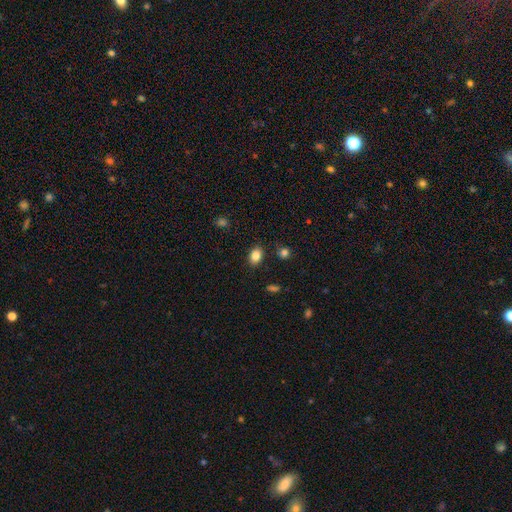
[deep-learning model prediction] Smooth or featured: smooth — 85% (star or artifact — 10%)
How rounded: in between — 70% (round — 29%)
Merging: none — 86% (minor disturbance — 9%)